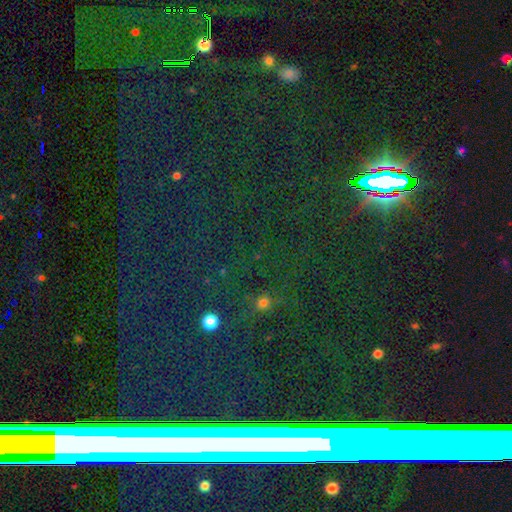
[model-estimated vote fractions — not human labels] The model was most divided on "smooth or featured": star or artifact: 71%, smooth: 15%, featured or disk: 14%.